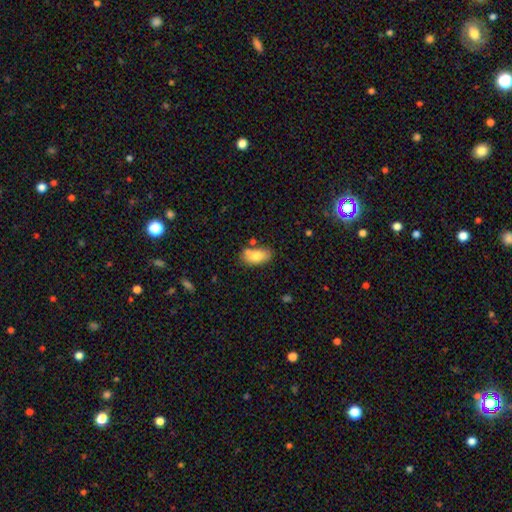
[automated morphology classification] A smooth galaxy with no disk features (77%) that is in between round and cigar-shaped (91%). Merging: none (62%).